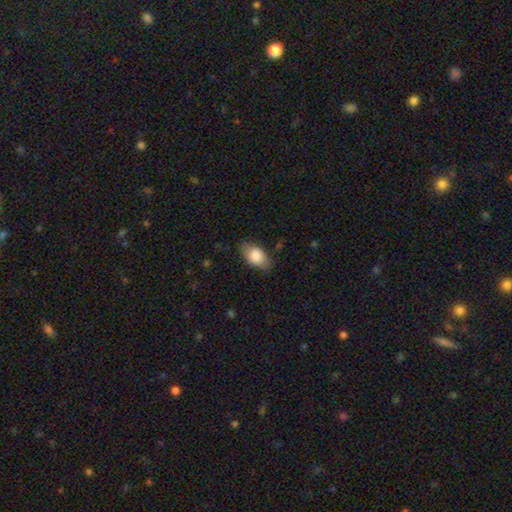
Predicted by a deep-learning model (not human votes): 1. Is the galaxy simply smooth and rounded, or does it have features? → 83% smooth, 10% featured or disk, 6% star or artifact.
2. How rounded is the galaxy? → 92% in between, 6% round, 2% cigar-shaped.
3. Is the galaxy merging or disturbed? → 79% none, 16% minor disturbance, 4% major disturbance, 1% merger.